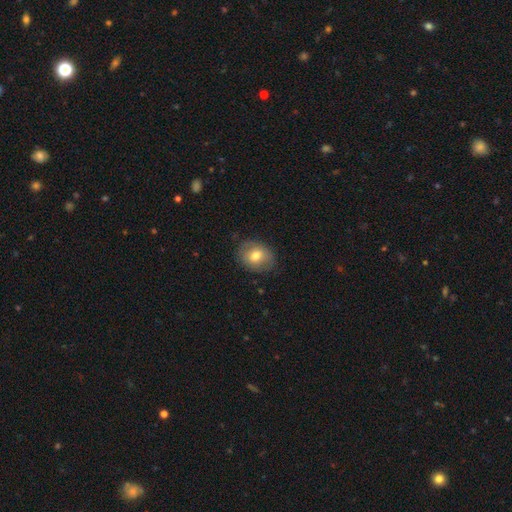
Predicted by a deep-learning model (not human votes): Smooth or featured? Predicted: smooth (p=0.70). How rounded? Predicted: in between (p=0.57). Merging? Predicted: none (p=0.79).